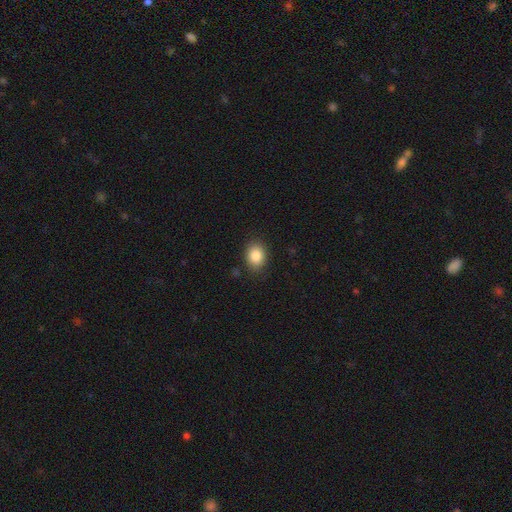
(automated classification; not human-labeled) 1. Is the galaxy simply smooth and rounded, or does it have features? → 86% smooth, 9% star or artifact, 6% featured or disk.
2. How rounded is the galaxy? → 56% in between, 43% round, 1% cigar-shaped.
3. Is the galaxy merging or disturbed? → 85% none, 10% minor disturbance, 3% major disturbance, 1% merger.